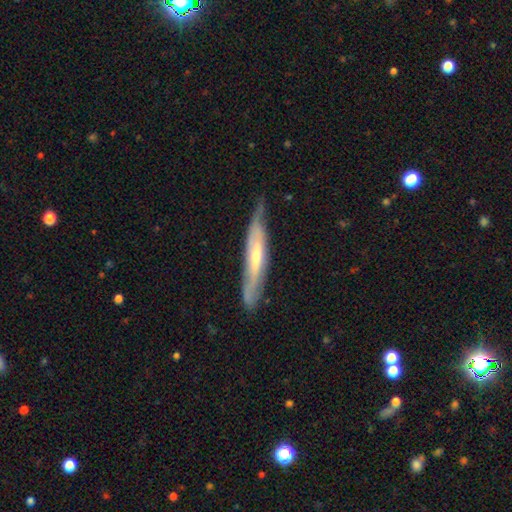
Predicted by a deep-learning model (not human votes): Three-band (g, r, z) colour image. It shows a featured or disk galaxy (65%) viewed edge-on (64%). Merging: none (68%).